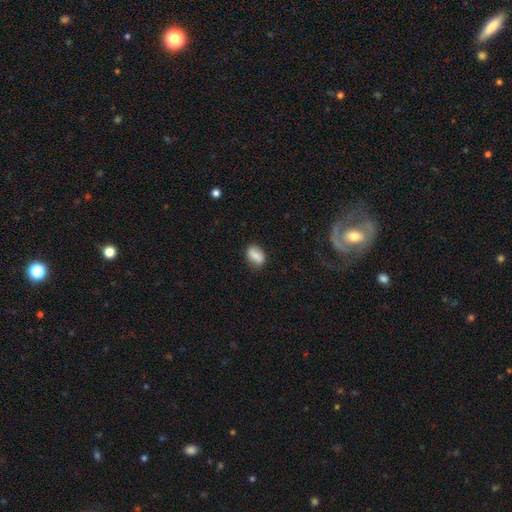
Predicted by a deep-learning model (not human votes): Q: Smooth or featured?
A: smooth (76%); runner-up: featured or disk (16%)
Q: How rounded?
A: in between (78%); runner-up: round (19%)
Q: Merging?
A: none (78%); runner-up: minor disturbance (16%)